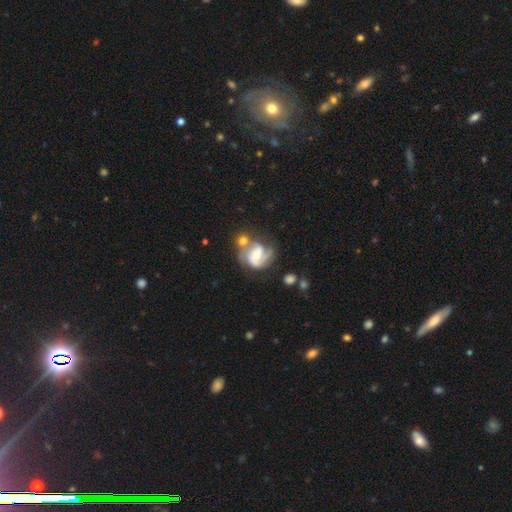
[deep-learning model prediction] The model was most divided on "bar": no: 45%, weak: 39%, strong: 15%. Remaining: edge-on disk — no (98%); spiral arms — yes (94%); smooth or featured — featured or disk (81%); spiral arm count — 2 (65%); bulge size — moderate (65%); spiral winding — medium (47%); merging — none (42%).